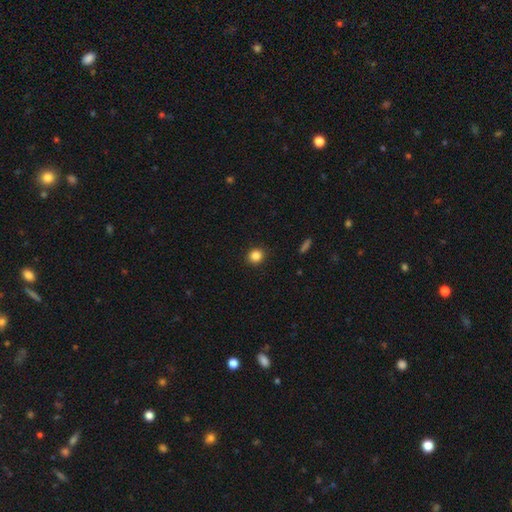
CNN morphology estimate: The model was most divided on "how rounded": round: 85%, in between: 14%, cigar-shaped: 1%. More confident: merging — none (91%); smooth or featured — smooth (85%).